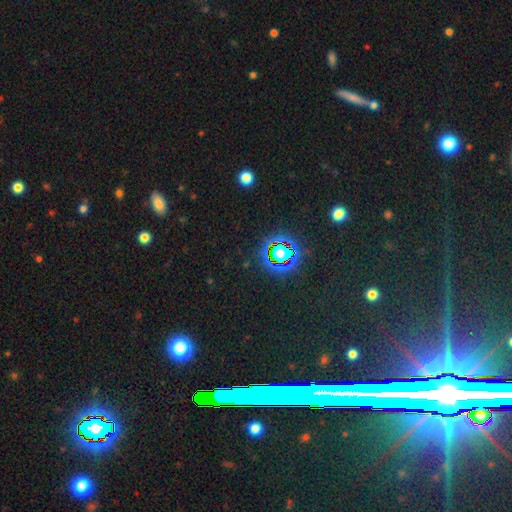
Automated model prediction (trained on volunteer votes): Q: Smooth or featured?
A: star or artifact (76%); runner-up: featured or disk (13%)